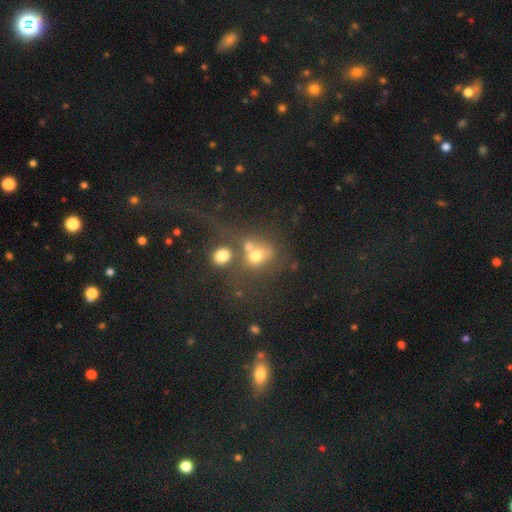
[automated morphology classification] A smooth galaxy with no disk features (65%) that is round (64%).

Vote fractions:
- Smooth or featured? smooth: 65% / featured or disk: 18% / star or artifact: 17%
- How rounded? round: 64% / in between: 35% / cigar-shaped: 1%
- Merging? merger: 45% / none: 33% / major disturbance: 12% / minor disturbance: 10%